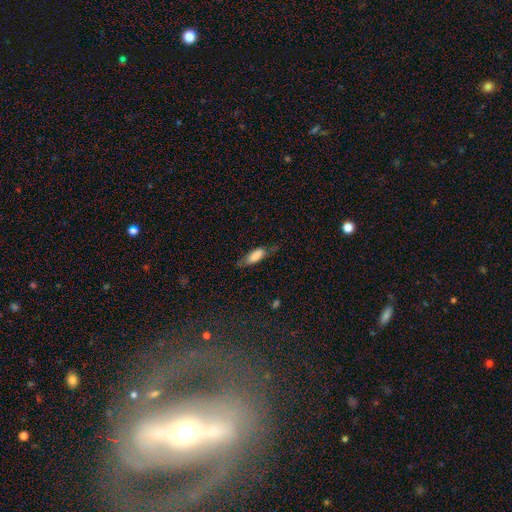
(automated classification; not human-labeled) This appears to be a smooth galaxy with no disk features (79%) that is in between round and cigar-shaped (68%). Merging: none (54%).